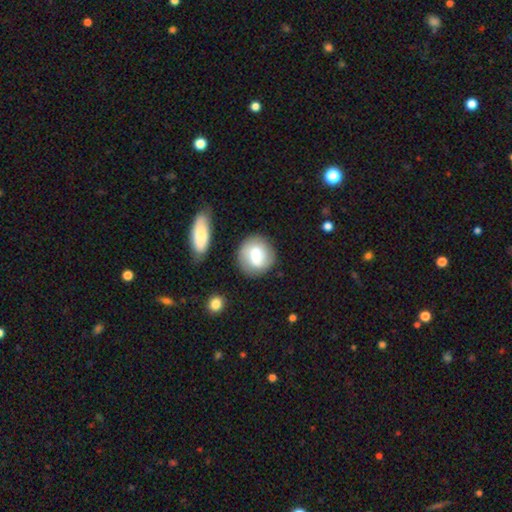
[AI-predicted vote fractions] smooth_or_featured: smooth (p=0.68) [alt: featured or disk p=0.25]
how_rounded: round (p=0.82) [alt: in between p=0.17]
merging: none (p=0.74) [alt: minor disturbance p=0.15]